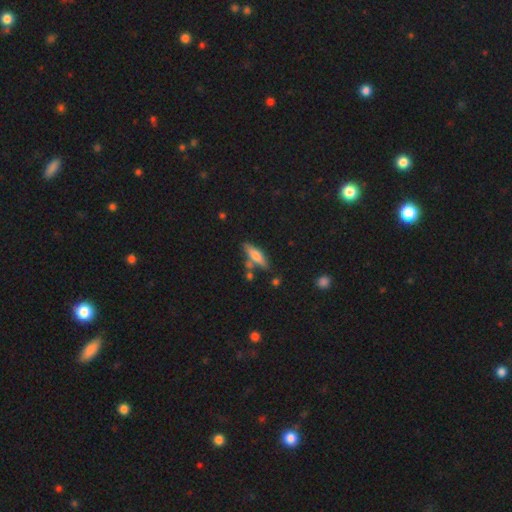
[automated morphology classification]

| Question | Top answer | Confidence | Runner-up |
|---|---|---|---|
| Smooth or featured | smooth | 61% | featured or disk (31%) |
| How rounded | cigar-shaped | 63% | in between (35%) |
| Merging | none | 71% | minor disturbance (15%) |